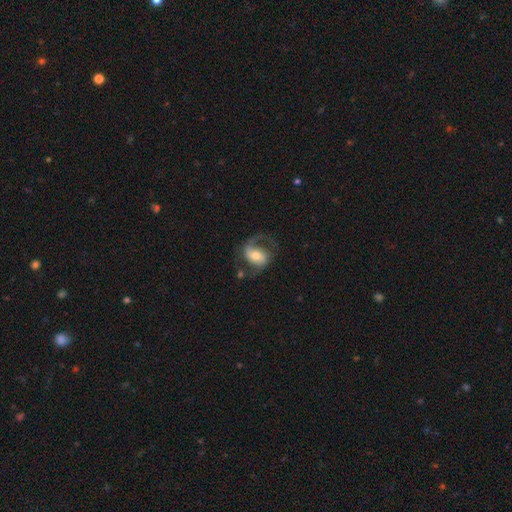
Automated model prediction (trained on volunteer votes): Smooth or featured? Predicted: featured or disk (p=0.74). Edge-on disk? Predicted: no (p=0.97). Bar? Predicted: weak (p=0.38). Spiral arms? Predicted: yes (p=0.90). Spiral winding? Predicted: medium (p=0.46). Spiral arm count? Predicted: 2 (p=0.74). Bulge size? Predicted: moderate (p=0.65). Merging? Predicted: none (p=0.57).